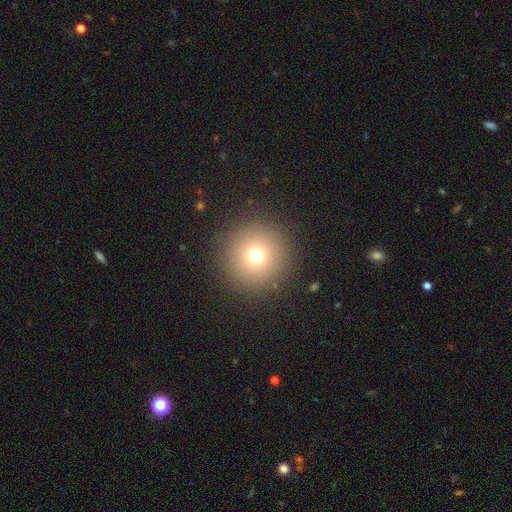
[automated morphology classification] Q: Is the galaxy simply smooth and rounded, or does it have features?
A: smooth — 72%.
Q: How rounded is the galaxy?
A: round — 97%.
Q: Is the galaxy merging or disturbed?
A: none — 90%.